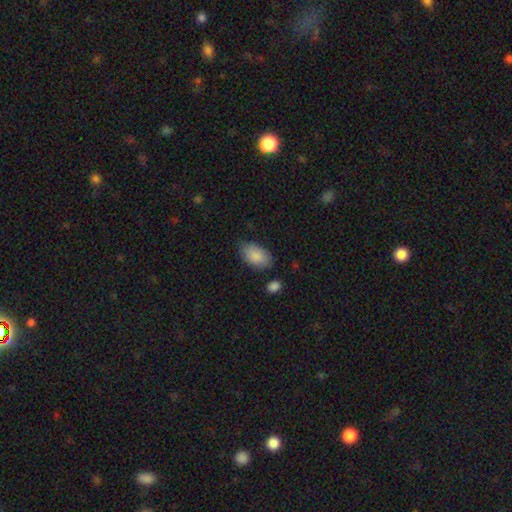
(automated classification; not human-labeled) Smooth or featured? smooth (87%)
How rounded? in between (93%)
Merging? none (75%)